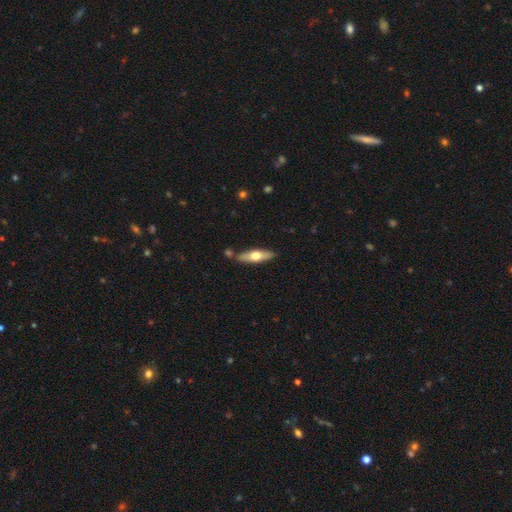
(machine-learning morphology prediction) Q: Smooth or featured?
A: smooth (52%); runner-up: featured or disk (43%)
Q: How rounded?
A: cigar-shaped (60%); runner-up: in between (38%)
Q: Merging?
A: none (79%); runner-up: minor disturbance (12%)